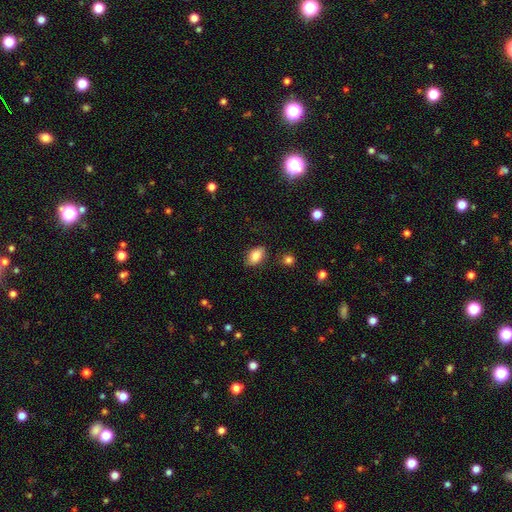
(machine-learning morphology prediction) Smooth or featured: smooth — 83% (featured or disk — 9%)
How rounded: in between — 90% (round — 7%)
Merging: none — 81% (minor disturbance — 14%)